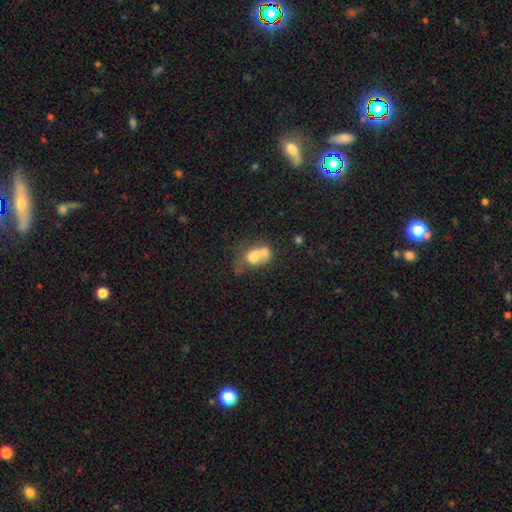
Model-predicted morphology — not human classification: smooth_or_featured: smooth (p=0.60) [alt: featured or disk p=0.28]
how_rounded: in between (p=0.57) [alt: round p=0.41]
merging: merger (p=0.64) [alt: none p=0.18]